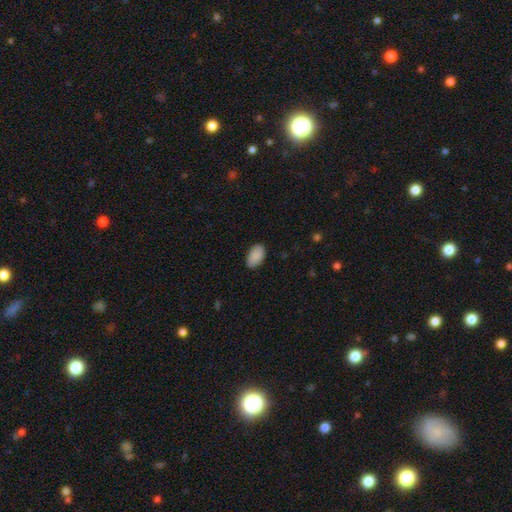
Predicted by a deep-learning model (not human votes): A smooth galaxy with no disk features (90%) that is in between round and cigar-shaped (94%). Merging: none (85%).